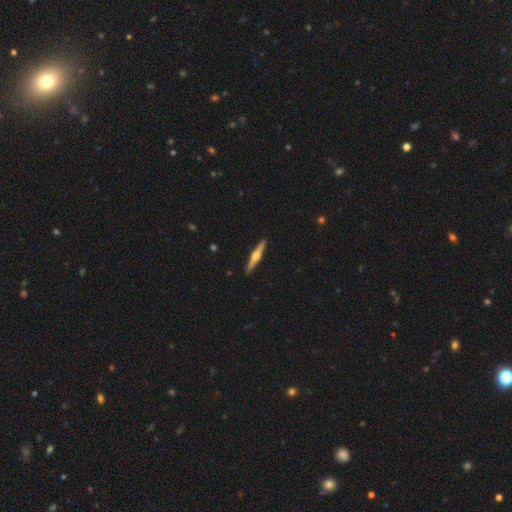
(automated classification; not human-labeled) A featured or disk galaxy (68%) viewed edge-on (98%) with a rounded central bulge (94%). Merging: none (92%).